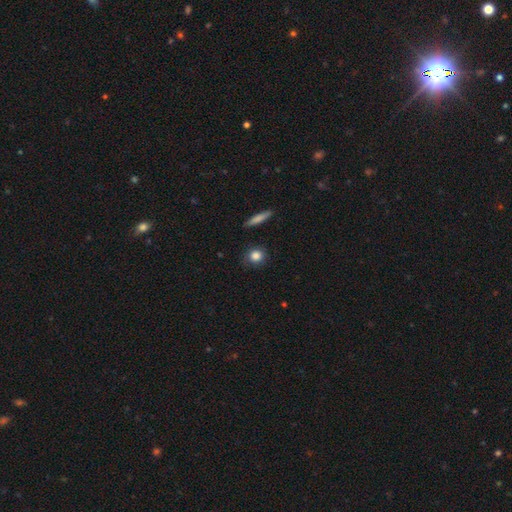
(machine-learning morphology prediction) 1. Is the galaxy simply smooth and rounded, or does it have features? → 83% smooth, 9% featured or disk, 8% star or artifact.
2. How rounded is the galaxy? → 81% round, 16% in between, 3% cigar-shaped.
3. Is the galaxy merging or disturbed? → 78% none, 15% minor disturbance, 4% major disturbance, 2% merger.